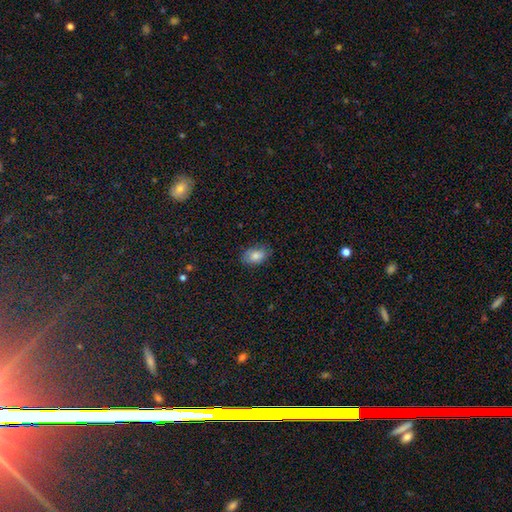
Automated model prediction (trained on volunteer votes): smooth 81%, featured or disk 10%, star or artifact 9%. Down the decision tree: how rounded — in between (89%); merging — none (79%).